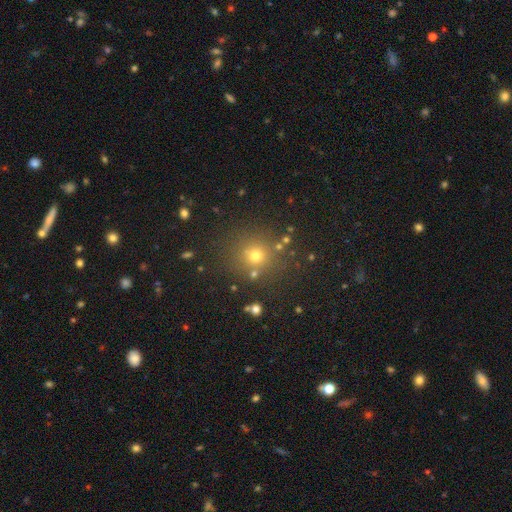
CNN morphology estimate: A smooth galaxy with no disk features (64%) that is round (90%). Merging: none (82%).